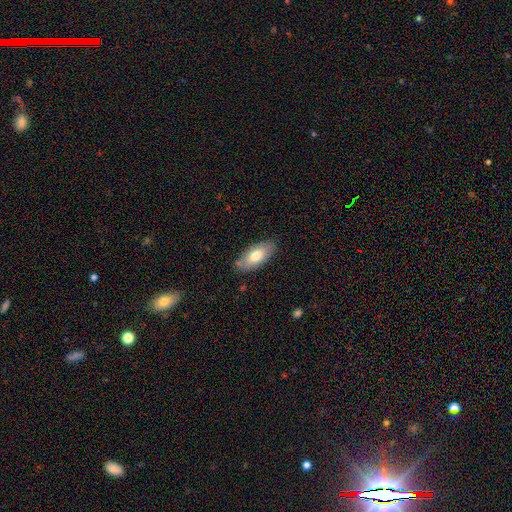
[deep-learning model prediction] A smooth galaxy with no disk features (73%) that is in between round and cigar-shaped (87%). Merging: none (82%).